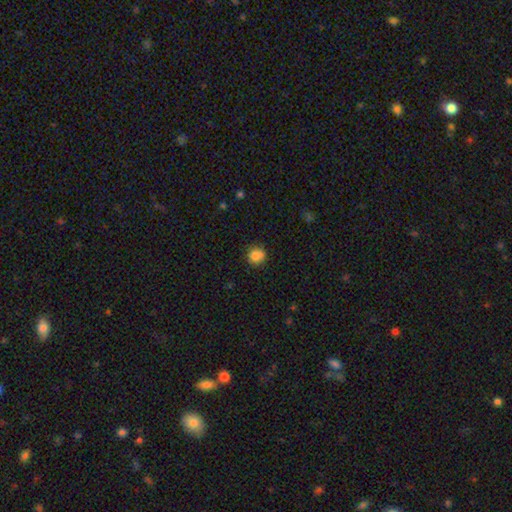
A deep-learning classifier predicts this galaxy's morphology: Smooth or featured? smooth (84%)
How rounded? round (91%)
Merging? none (80%)